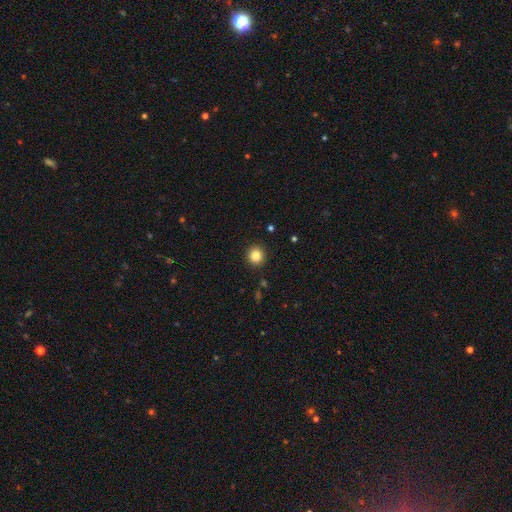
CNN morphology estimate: This appears to be a smooth galaxy with no disk features (84%) that is round (92%). Merging: none (92%).